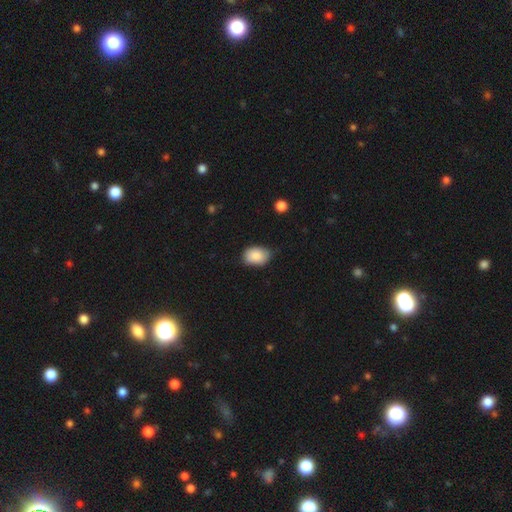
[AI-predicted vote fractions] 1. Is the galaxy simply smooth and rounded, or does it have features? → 87% smooth, 7% star or artifact, 6% featured or disk.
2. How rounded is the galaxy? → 79% in between, 20% round, 1% cigar-shaped.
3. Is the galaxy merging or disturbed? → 67% none, 28% minor disturbance, 4% major disturbance, 2% merger.